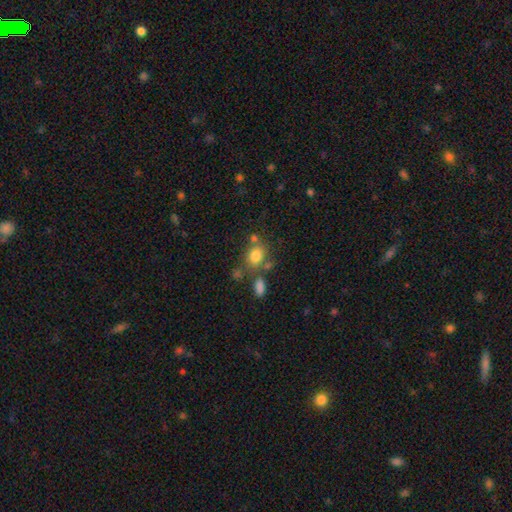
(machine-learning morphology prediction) Overall: smooth (79%). How rounded: in between (57%; round 42%). Merging: none (58%; merger 20%).